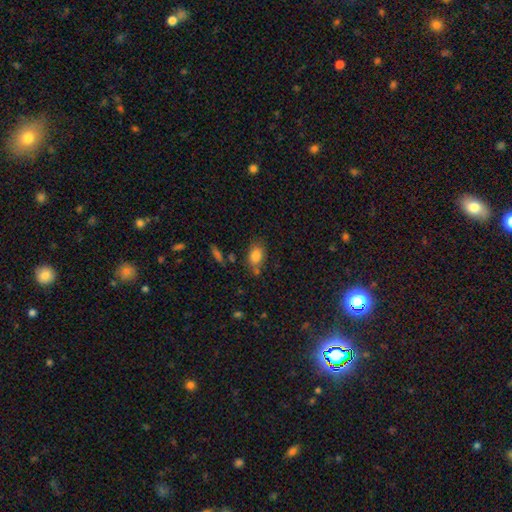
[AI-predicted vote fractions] smooth 83%, star or artifact 9%, featured or disk 8%. Down the decision tree: how rounded — in between (81%); merging — none (64%).